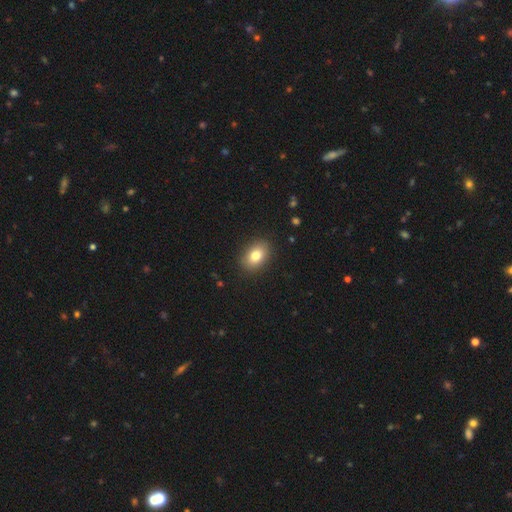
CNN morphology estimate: smooth 80%, featured or disk 11%, star or artifact 9%. Down the decision tree: how rounded — in between (78%); merging — none (89%).